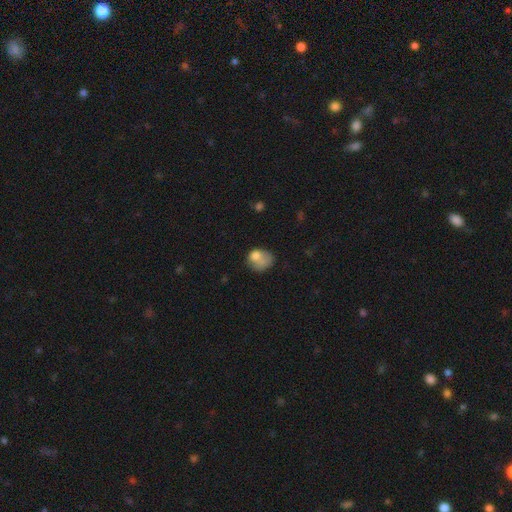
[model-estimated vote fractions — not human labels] The model was most divided on "how rounded": in between: 51%, round: 48%, cigar-shaped: 1%. Remaining: smooth or featured — smooth (69%); merging — none (30%).